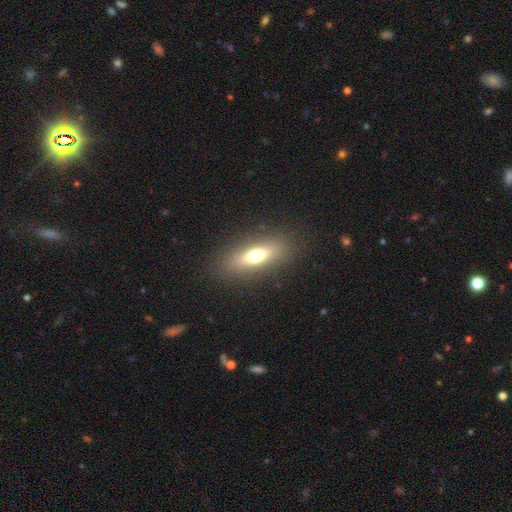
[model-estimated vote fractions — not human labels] Overall: smooth (63%; featured or disk 27%). How rounded: in between (54%; cigar-shaped 42%). Merging: none (87%).